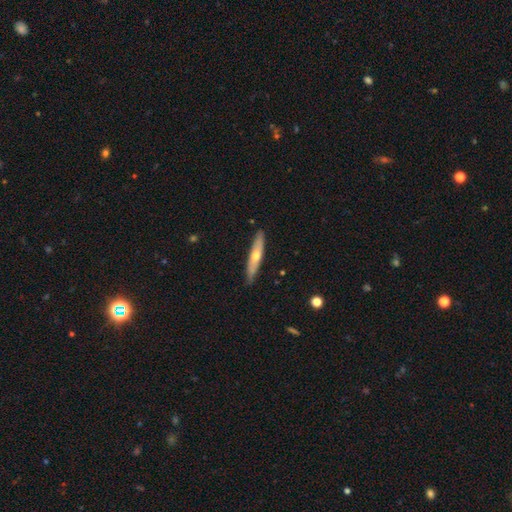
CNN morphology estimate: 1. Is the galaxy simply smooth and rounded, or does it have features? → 50% featured or disk, 45% smooth, 5% star or artifact.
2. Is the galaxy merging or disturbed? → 88% none, 9% minor disturbance, 2% major disturbance, 1% merger.